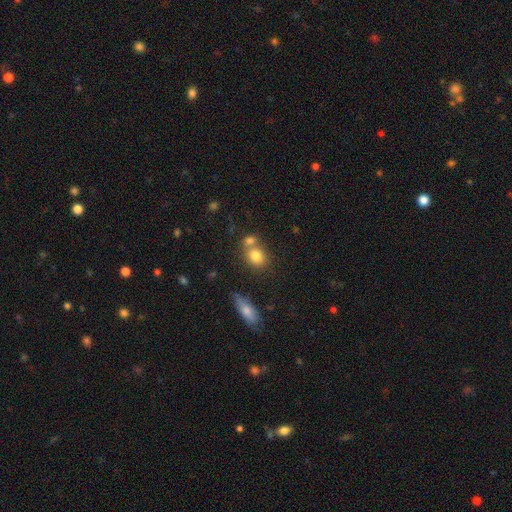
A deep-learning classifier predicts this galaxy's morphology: Smooth or featured? smooth (80%)
How rounded? round (58%)
Merging? none (47%)